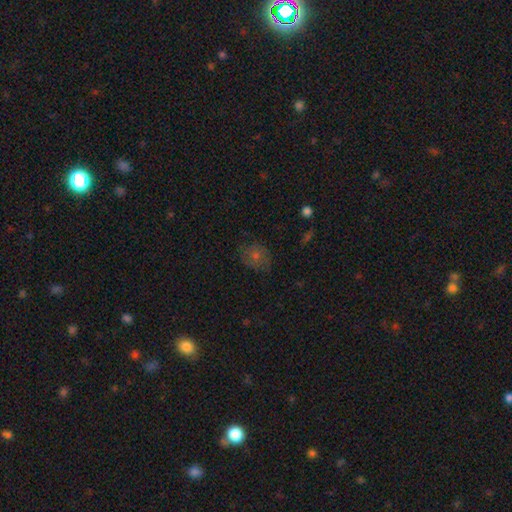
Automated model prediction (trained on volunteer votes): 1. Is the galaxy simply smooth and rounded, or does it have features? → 55% smooth, 23% featured or disk, 22% star or artifact.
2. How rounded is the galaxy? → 68% round, 31% in between, 1% cigar-shaped.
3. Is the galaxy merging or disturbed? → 74% none, 18% minor disturbance, 6% major disturbance, 1% merger.